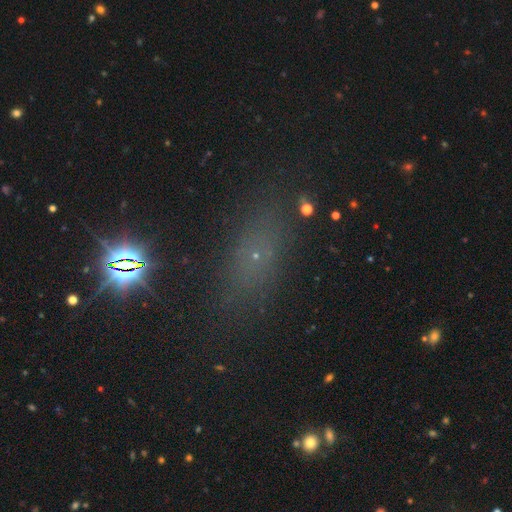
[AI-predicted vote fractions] This is possibly a smooth galaxy (49%). Merging: clearly none (80%).